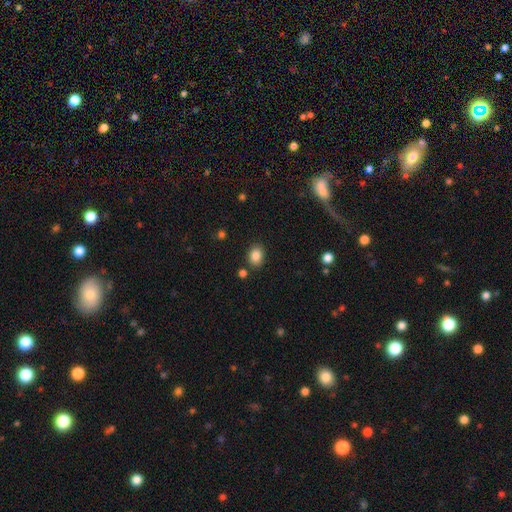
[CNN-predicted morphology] Overall: smooth (85%). How rounded: in between (61%; round 38%). Merging: none (83%).